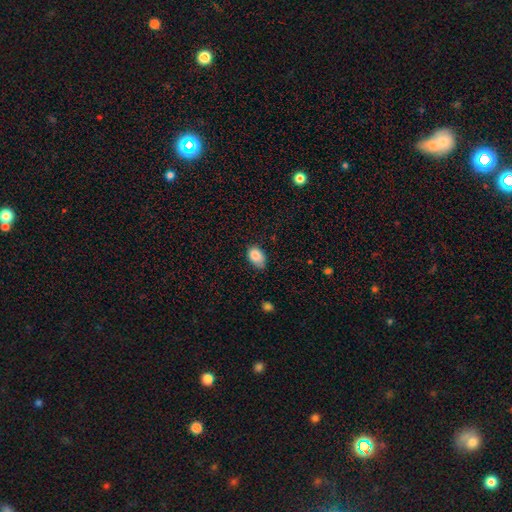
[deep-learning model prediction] The model was most divided on "merging": none: 58%, minor disturbance: 34%, major disturbance: 6%, merger: 2%. More confident: smooth or featured — smooth (85%); how rounded — in between (85%).